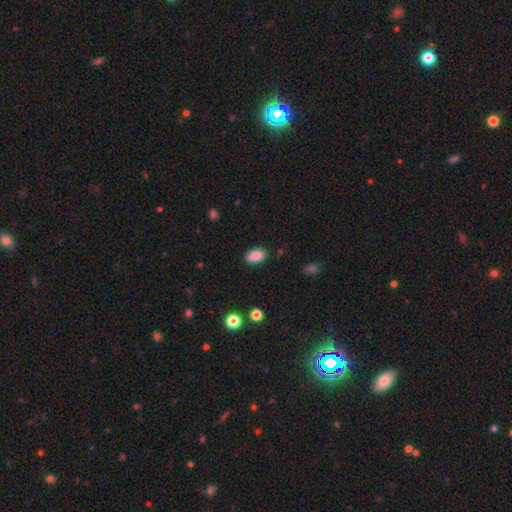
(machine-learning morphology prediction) type=smooth (89%); roundness=in between (91%); merging=none (87%).